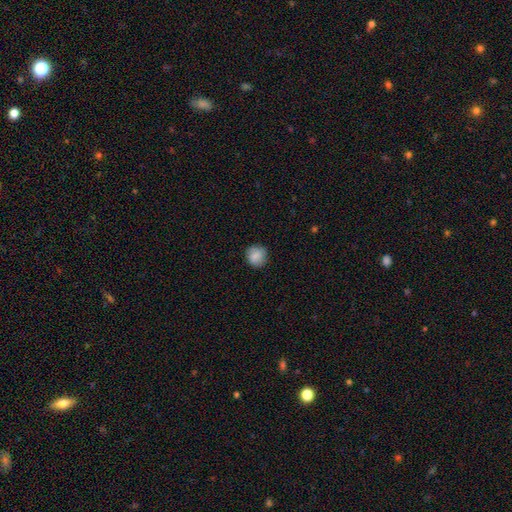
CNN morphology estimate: type=smooth (83%); roundness=round (89%); merging=none (84%).